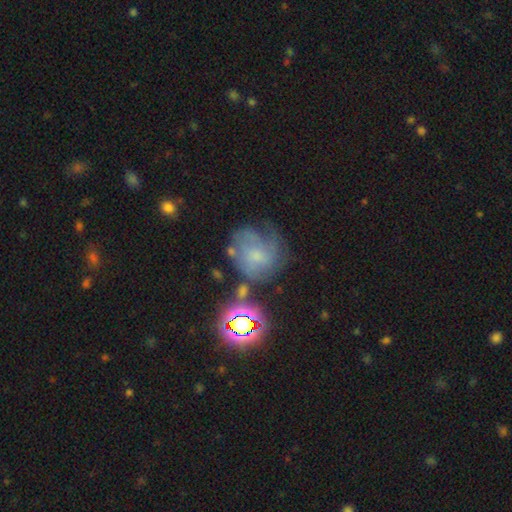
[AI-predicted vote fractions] Smooth or featured? Predicted: smooth (p=0.40). Merging? Predicted: none (p=0.45).